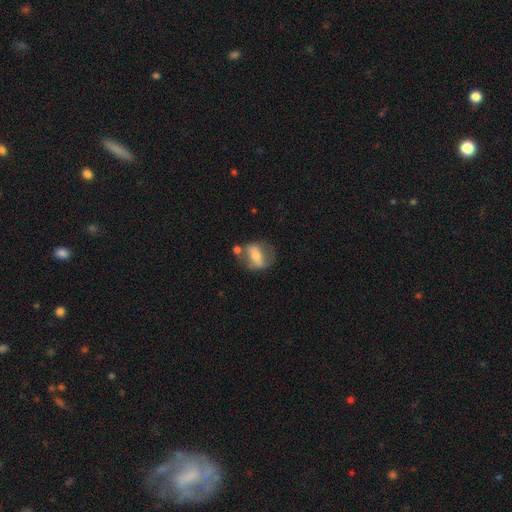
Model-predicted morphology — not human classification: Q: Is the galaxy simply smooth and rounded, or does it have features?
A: featured or disk — 49%.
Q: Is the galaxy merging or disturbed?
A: none — 53%.